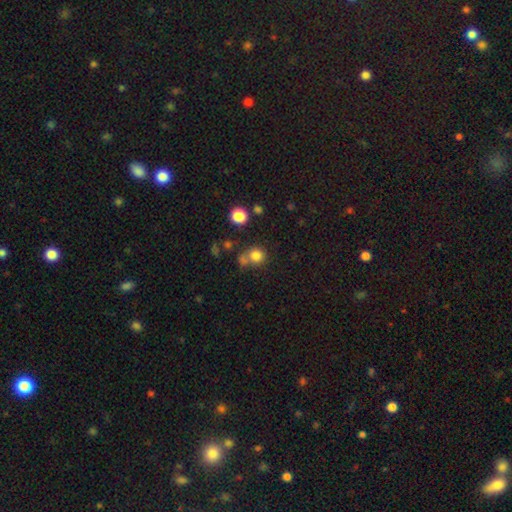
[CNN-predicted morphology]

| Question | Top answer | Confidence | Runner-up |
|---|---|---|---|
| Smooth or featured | smooth | 80% | star or artifact (13%) |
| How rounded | round | 84% | in between (15%) |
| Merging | none | 57% | merger (25%) |